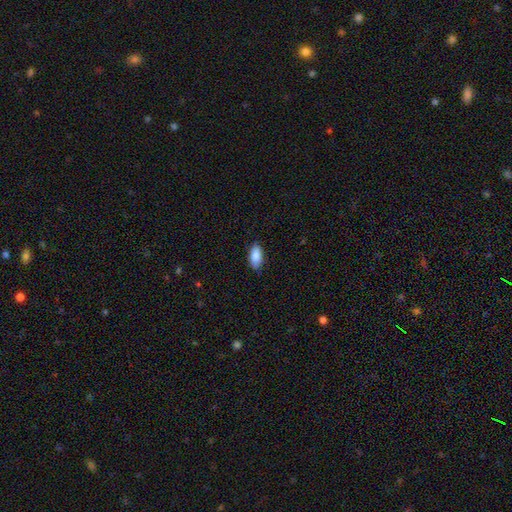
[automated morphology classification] type=smooth (89%); roundness=in between (91%); merging=none (84%).